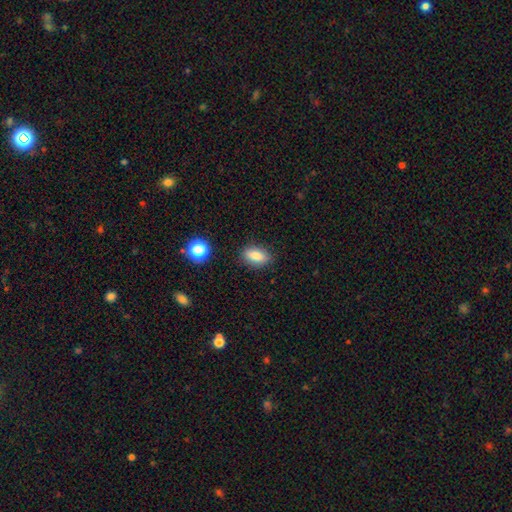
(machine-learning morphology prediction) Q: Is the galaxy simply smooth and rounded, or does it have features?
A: smooth — 83%.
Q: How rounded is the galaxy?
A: in between — 85%.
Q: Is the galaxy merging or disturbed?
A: none — 85%.